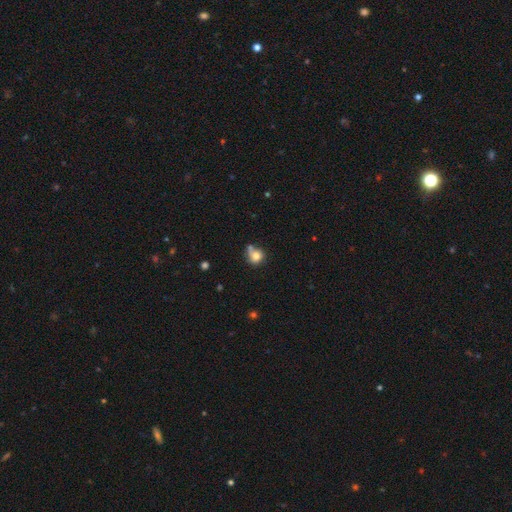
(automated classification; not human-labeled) This appears to be a smooth galaxy with no disk features (75%) that is round (78%). Merging: none (44%).